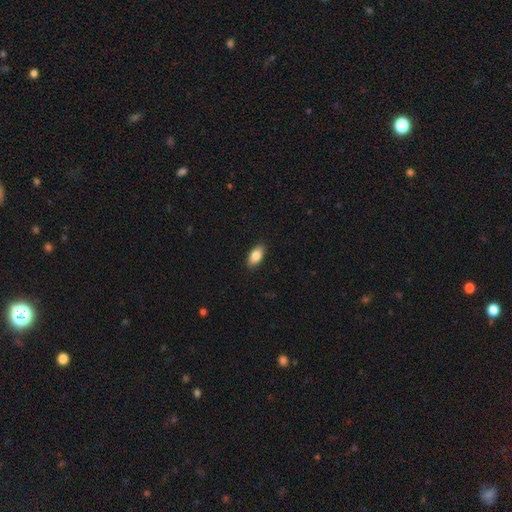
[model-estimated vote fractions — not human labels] A smooth galaxy with no disk features (84%) that is in between round and cigar-shaped (91%).

Vote fractions:
- Smooth or featured? smooth: 84% / featured or disk: 10% / star or artifact: 7%
- How rounded? in between: 91% / cigar-shaped: 6% / round: 3%
- Merging? none: 89% / minor disturbance: 8% / major disturbance: 2% / merger: 1%